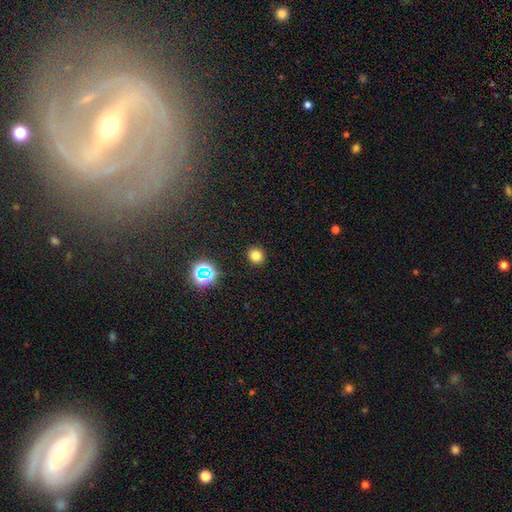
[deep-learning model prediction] smooth 78%, star or artifact 17%, featured or disk 5%. Down the decision tree: how rounded — round (86%); merging — none (91%).